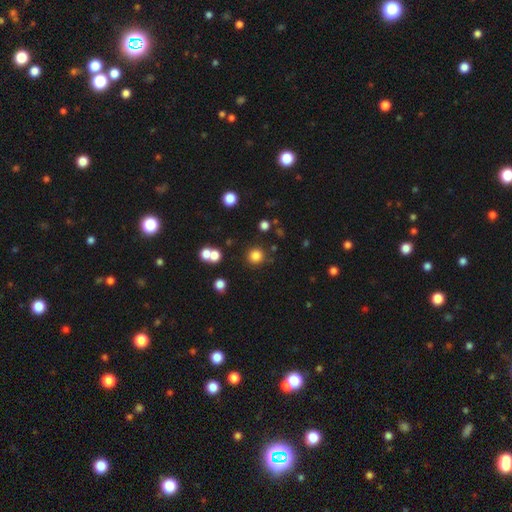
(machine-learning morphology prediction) type=smooth (81%); roundness=round (94%); merging=none (84%).